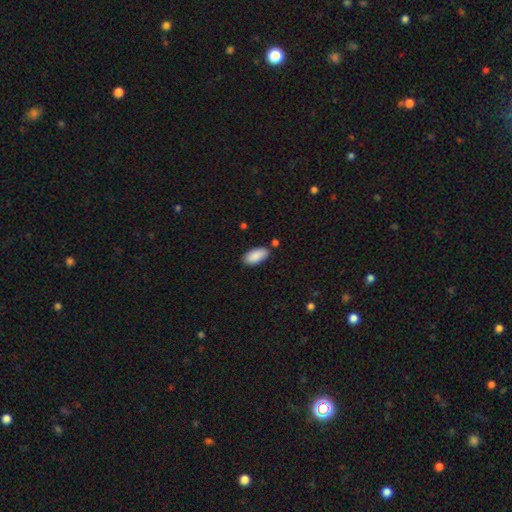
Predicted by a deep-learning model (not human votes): smooth 90%, star or artifact 6%, featured or disk 4%. Down the decision tree: how rounded — in between (93%); merging — none (79%).